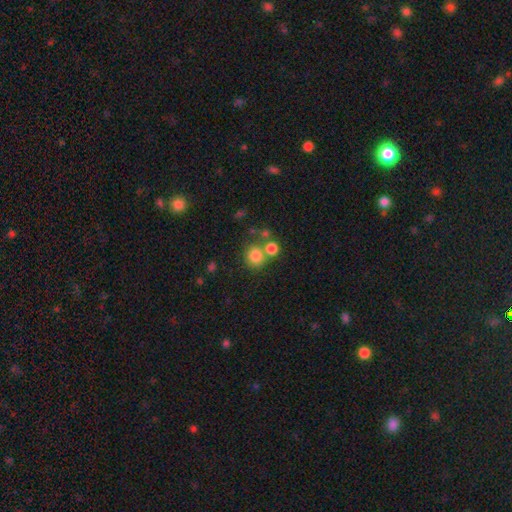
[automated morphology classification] The model was most divided on "merging": none: 60%, merger: 25%, minor disturbance: 10%, major disturbance: 5%. More confident: how rounded — round (83%); smooth or featured — smooth (80%).